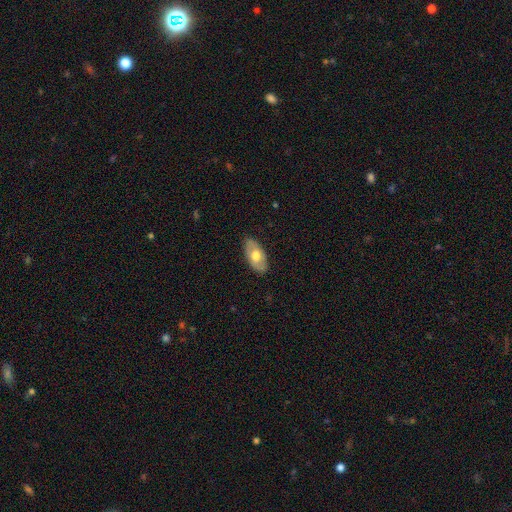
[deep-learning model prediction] This appears to be a smooth galaxy with no disk features (57%) that is in between round and cigar-shaped (93%). Merging: none (83%).